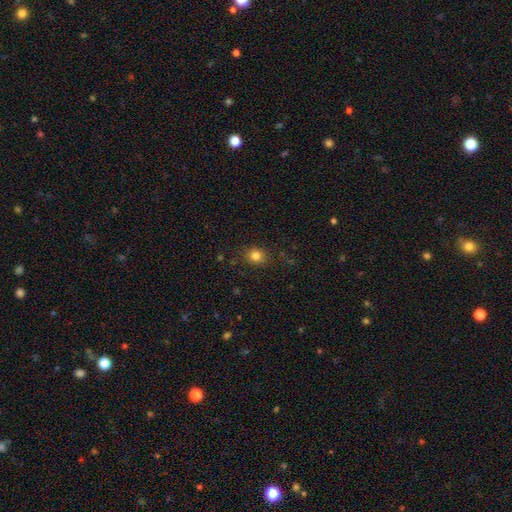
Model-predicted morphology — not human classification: The model was most divided on "how rounded": round: 74%, in between: 26%, cigar-shaped: 1%. More confident: merging — none (86%); smooth or featured — smooth (81%).